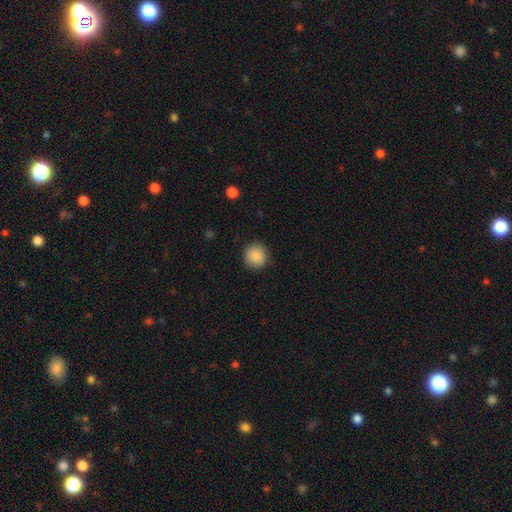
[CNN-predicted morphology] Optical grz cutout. It shows a smooth galaxy with no disk features (89%) that is round (93%). Merging: none (90%).